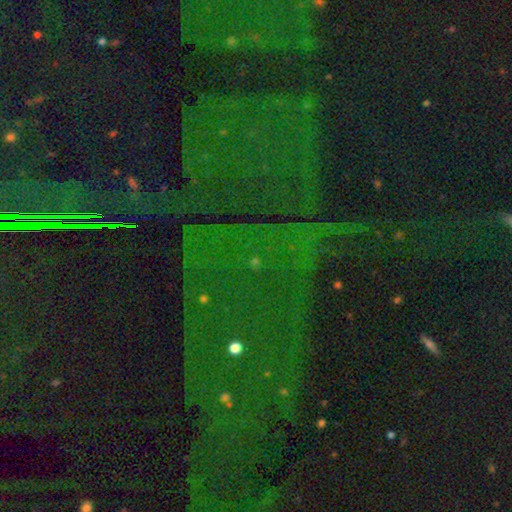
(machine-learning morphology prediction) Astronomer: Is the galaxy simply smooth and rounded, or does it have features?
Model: star or artifact — 85%.